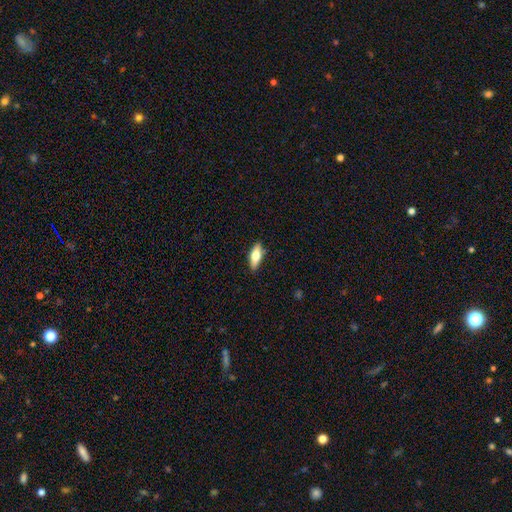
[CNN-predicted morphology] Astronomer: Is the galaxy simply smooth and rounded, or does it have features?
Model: smooth — 58% (runner-up: featured or disk, 35%).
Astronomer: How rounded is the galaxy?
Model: in between — 66%.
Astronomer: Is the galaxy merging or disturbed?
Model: none — 87%.